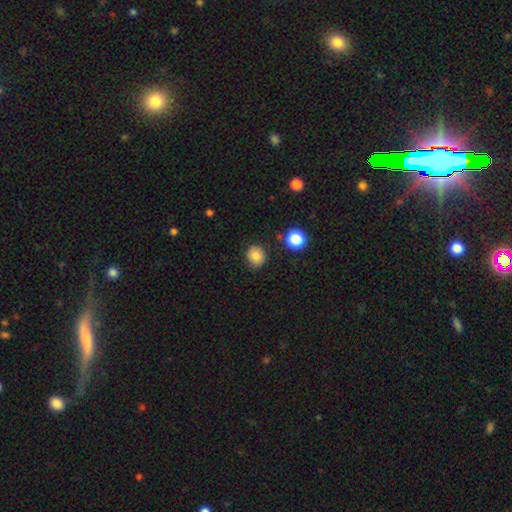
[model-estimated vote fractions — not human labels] smooth 83%, star or artifact 11%, featured or disk 6%. Down the decision tree: how rounded — round (82%); merging — none (86%).